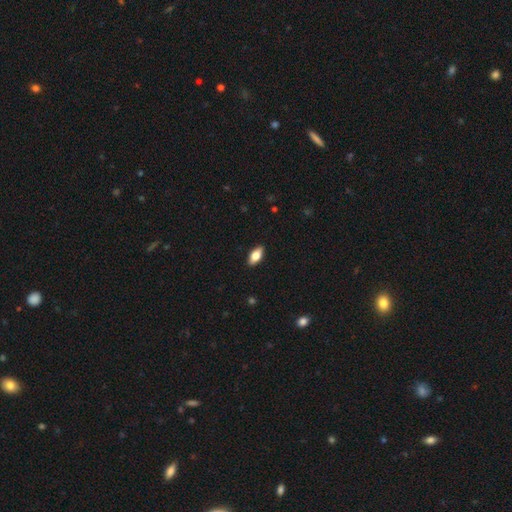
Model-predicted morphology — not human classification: A smooth galaxy with no disk features (73%) that is in between round and cigar-shaped (87%).

Vote fractions:
- Smooth or featured? smooth: 73% / featured or disk: 21% / star or artifact: 6%
- How rounded? in between: 87% / cigar-shaped: 10% / round: 3%
- Merging? none: 89% / minor disturbance: 8% / major disturbance: 2% / merger: 1%